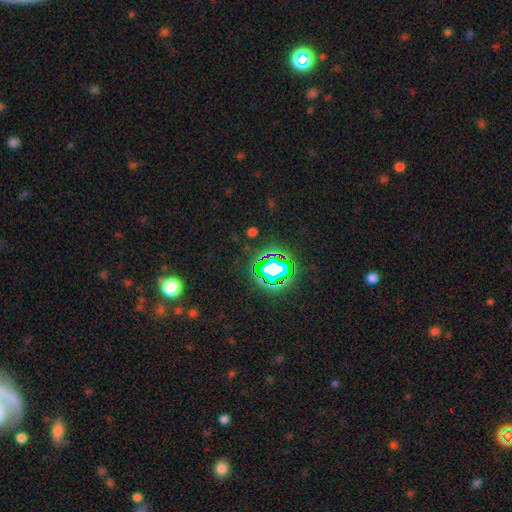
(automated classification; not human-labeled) This is likely a star or artifact rather than a galaxy (78%).